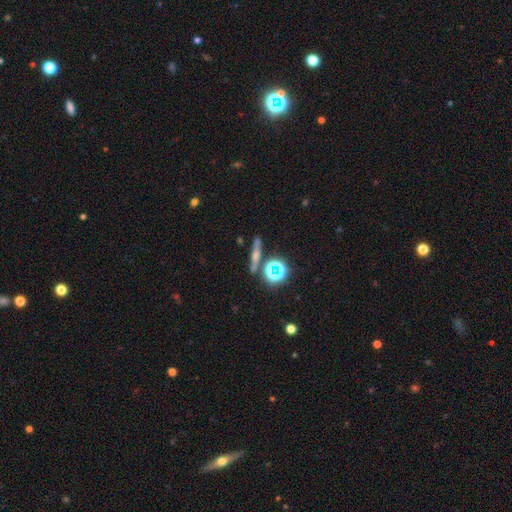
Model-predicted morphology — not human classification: smooth-or-featured: smooth: 44% | featured or disk: 31% | star or artifact: 25%
  merging: none: 76% | minor disturbance: 11% | merger: 9% | major disturbance: 4%